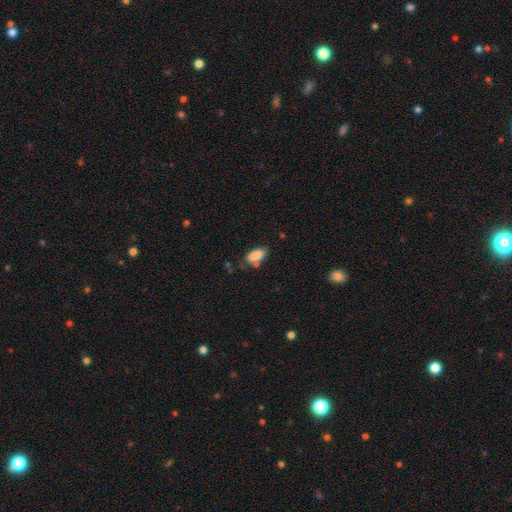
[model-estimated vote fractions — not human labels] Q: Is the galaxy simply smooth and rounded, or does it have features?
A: smooth — 86%.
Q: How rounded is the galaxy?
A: in between — 87%.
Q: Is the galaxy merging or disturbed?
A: none — 63%.